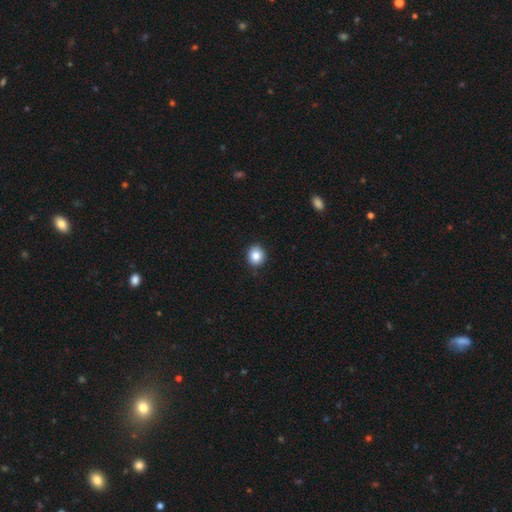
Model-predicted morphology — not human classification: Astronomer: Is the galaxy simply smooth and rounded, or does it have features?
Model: smooth — 85%.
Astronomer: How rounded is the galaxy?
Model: round — 82%.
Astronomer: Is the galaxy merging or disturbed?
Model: none — 90%.